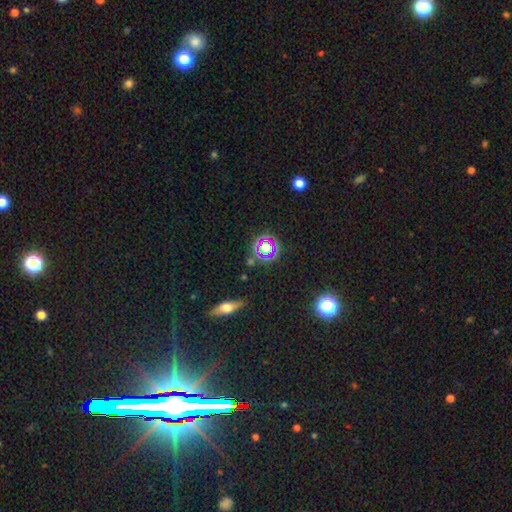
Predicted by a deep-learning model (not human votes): Smooth or featured? Predicted: star or artifact (p=0.47).